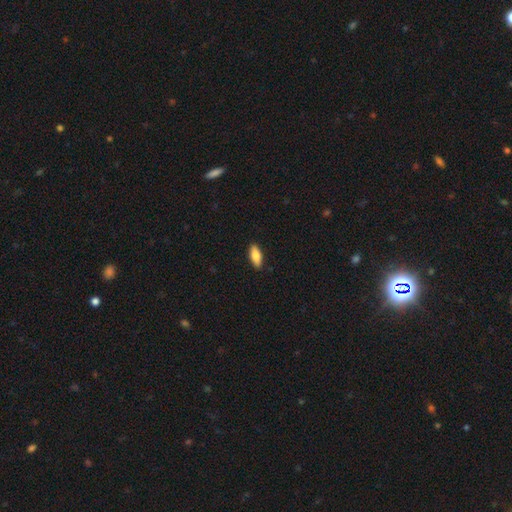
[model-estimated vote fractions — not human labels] Smooth or featured? smooth (82%)
How rounded? in between (78%)
Merging? none (90%)